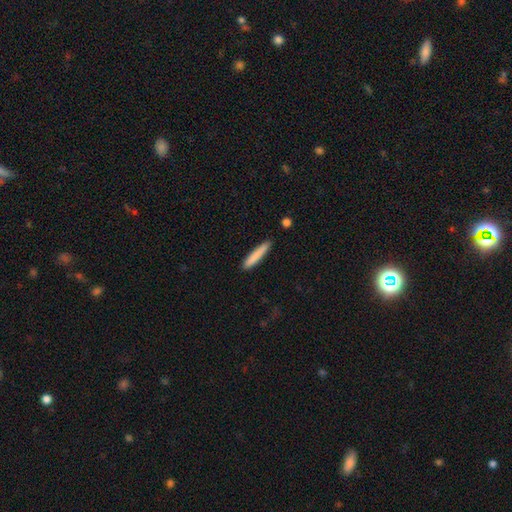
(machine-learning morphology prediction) A smooth galaxy with no disk features (83%) that is cigar-shaped (93%).

Vote fractions:
- Smooth or featured? smooth: 83% / featured or disk: 11% / star or artifact: 6%
- How rounded? cigar-shaped: 93% / in between: 6% / round: 1%
- Merging? none: 89% / minor disturbance: 8% / major disturbance: 2% / merger: 2%